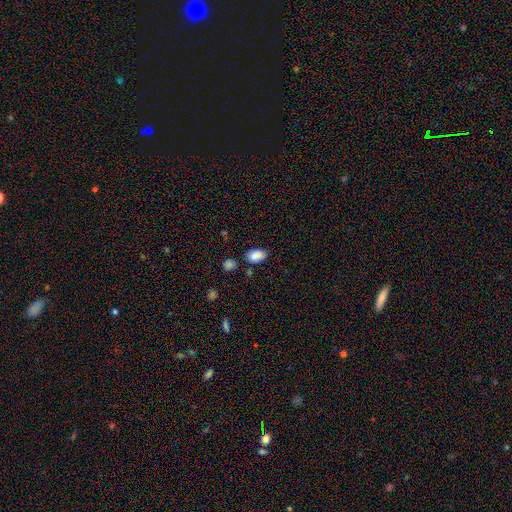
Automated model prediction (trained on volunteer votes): Morphology: type=smooth (86%); roundness=in between (92%); merging=none (74%).